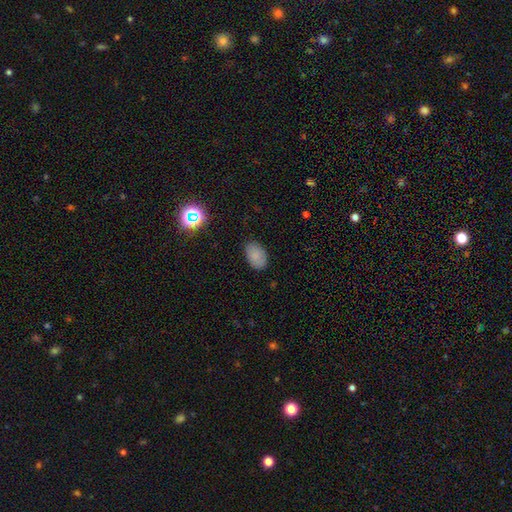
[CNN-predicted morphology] Smooth or featured? Predicted: smooth (p=0.84). How rounded? Predicted: in between (p=0.89). Merging? Predicted: none (p=0.83).